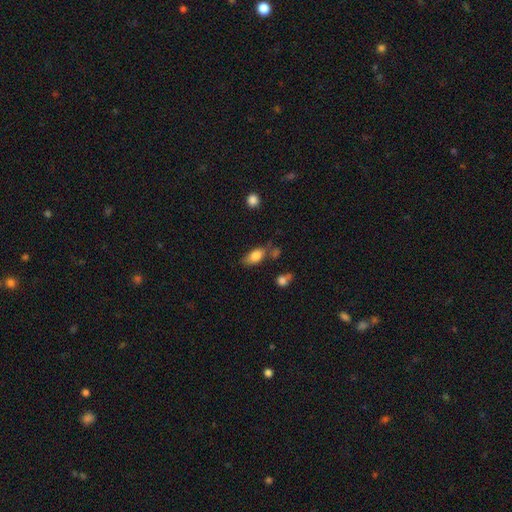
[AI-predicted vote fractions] smooth 81%, featured or disk 11%, star or artifact 8%. Down the decision tree: how rounded — in between (88%); merging — none (63%).